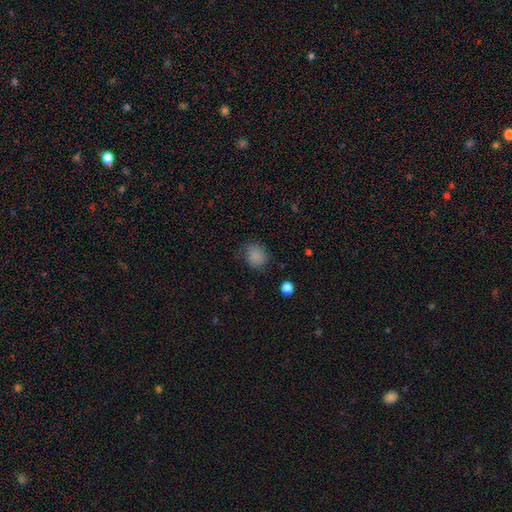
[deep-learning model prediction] Smooth or featured? smooth (84%)
How rounded? round (76%)
Merging? none (74%)